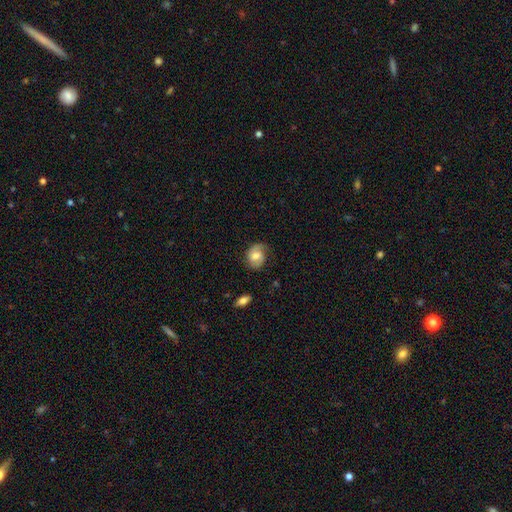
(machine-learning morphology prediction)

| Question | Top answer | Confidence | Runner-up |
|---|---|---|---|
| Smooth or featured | featured or disk | 52% | smooth (40%) |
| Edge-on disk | no | 97% | yes (3%) |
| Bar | no | 50% | weak (41%) |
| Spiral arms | yes | 87% | no (13%) |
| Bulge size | moderate | 62% | small (18%) |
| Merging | none | 68% | minor disturbance (23%) |